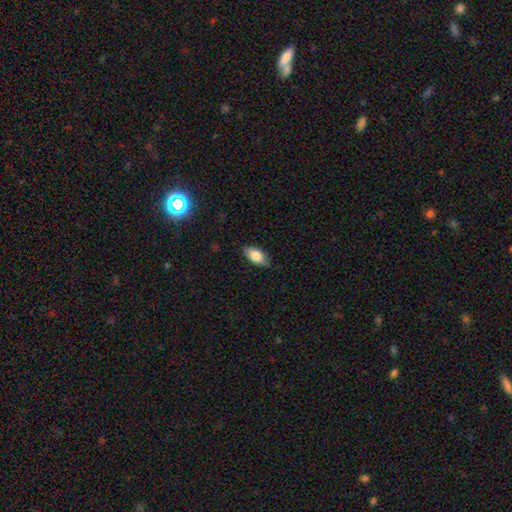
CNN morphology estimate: smooth-or-featured: smooth: 81% | featured or disk: 11% | star or artifact: 7%
  how-rounded: in between: 92% | cigar-shaped: 5% | round: 3%
  merging: none: 82% | minor disturbance: 15% | major disturbance: 3% | merger: 1%